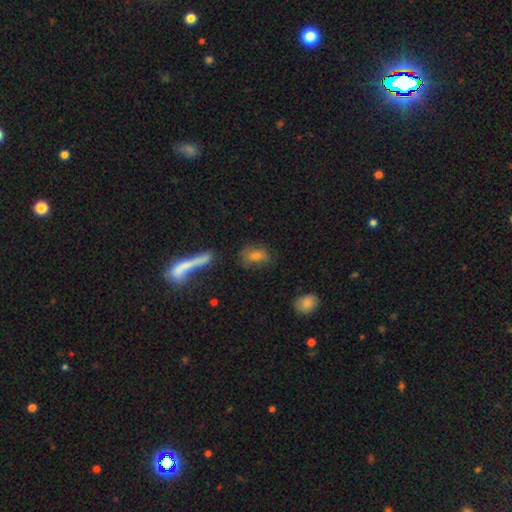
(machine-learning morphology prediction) smooth_or_featured: smooth (p=0.64) [alt: featured or disk p=0.24]
how_rounded: in between (p=0.72) [alt: round p=0.15]
merging: none (p=0.61) [alt: minor disturbance p=0.18]